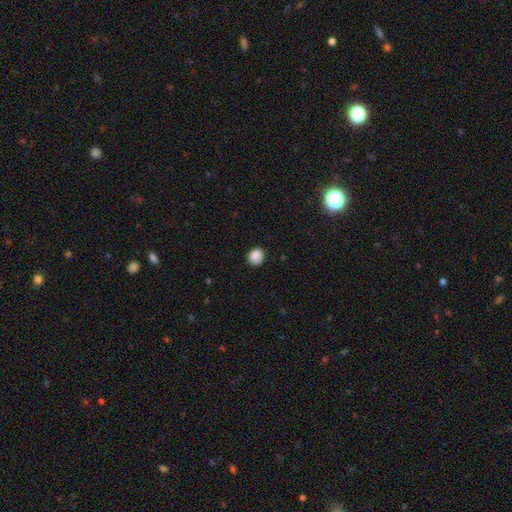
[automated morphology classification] Smooth or featured? smooth (87%)
How rounded? round (83%)
Merging? none (86%)